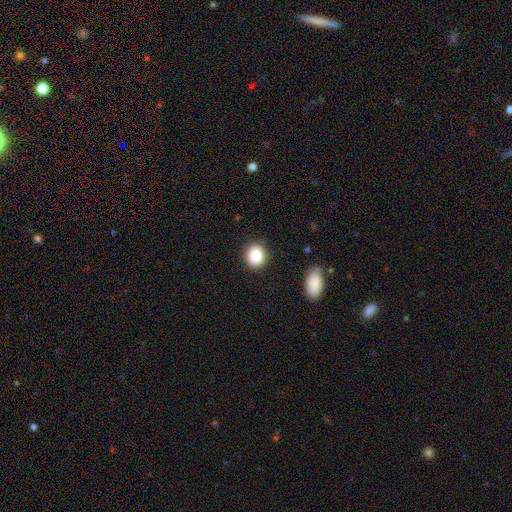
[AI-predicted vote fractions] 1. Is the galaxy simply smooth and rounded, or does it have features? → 85% smooth, 9% star or artifact, 6% featured or disk.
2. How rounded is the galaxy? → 77% round, 21% in between, 1% cigar-shaped.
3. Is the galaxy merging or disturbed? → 87% none, 9% minor disturbance, 2% major disturbance, 2% merger.